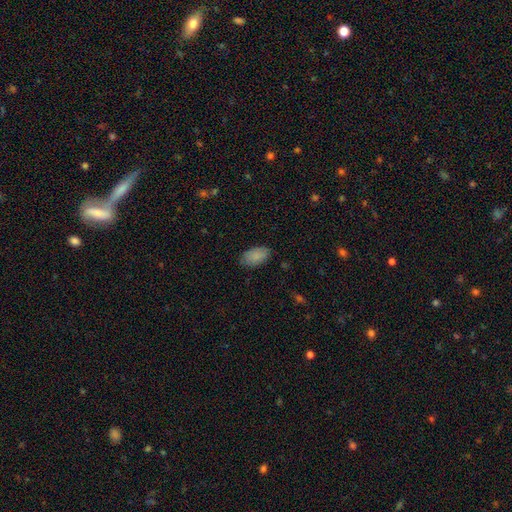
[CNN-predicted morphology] type=smooth (87%); roundness=in between (94%); merging=none (81%).